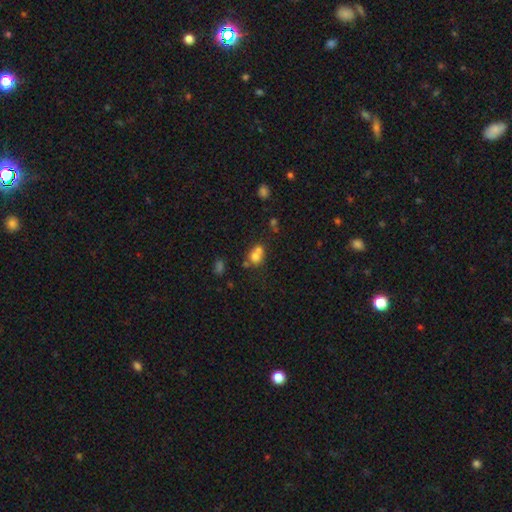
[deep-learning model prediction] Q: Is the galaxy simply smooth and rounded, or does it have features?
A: smooth — 69%.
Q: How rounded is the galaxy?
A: round — 70%.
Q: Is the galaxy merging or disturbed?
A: merger — 58%.